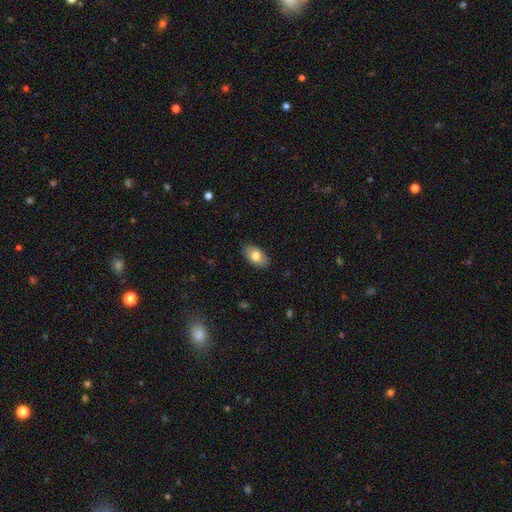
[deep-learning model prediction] This is likely a smooth galaxy (77%). How rounded: clearly in between (93%). Merging: clearly none (86%).